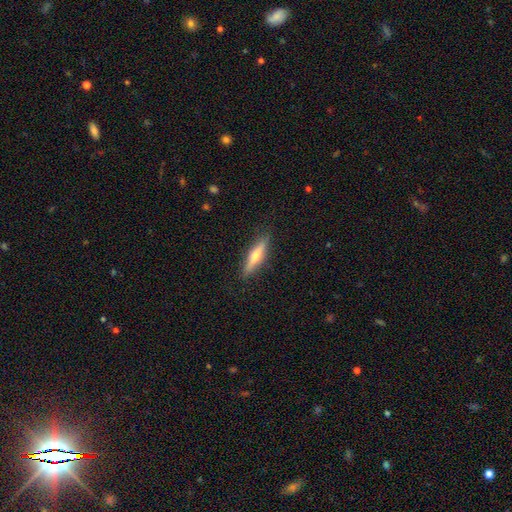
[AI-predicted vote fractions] Smooth or featured? featured or disk (54%)
Edge-on disk? yes (94%)
Edge-on bulge? rounded (89%)
Merging? none (89%)